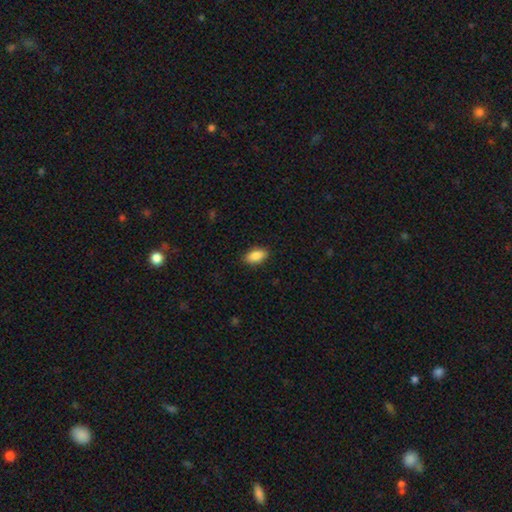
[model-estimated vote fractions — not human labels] This appears to be a smooth galaxy with no disk features (89%) that is in between round and cigar-shaped (92%). Merging: none (89%).